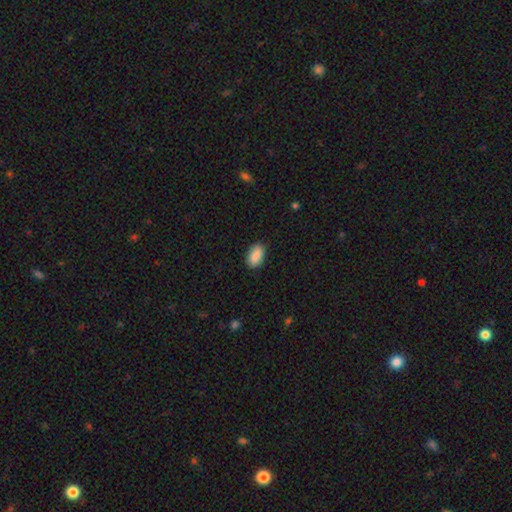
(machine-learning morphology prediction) smooth_or_featured: smooth (p=0.88) [alt: star or artifact p=0.07]
how_rounded: in between (p=0.93) [alt: round p=0.04]
merging: none (p=0.87) [alt: minor disturbance p=0.10]